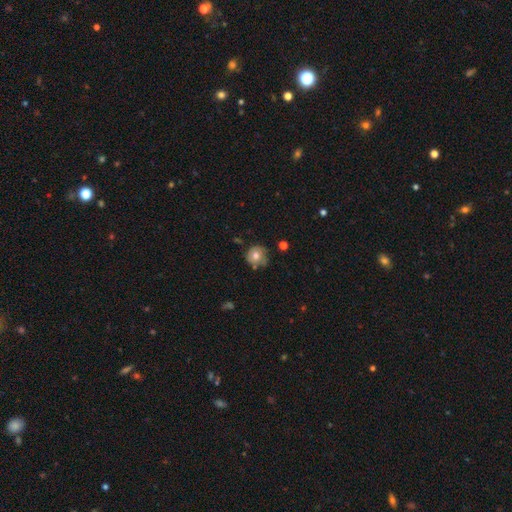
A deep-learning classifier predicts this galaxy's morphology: This is likely a smooth galaxy (67%). How rounded: clearly round (89%). Merging: likely none (65%).